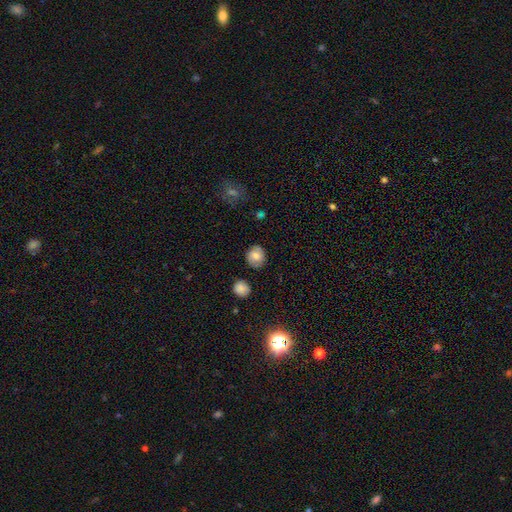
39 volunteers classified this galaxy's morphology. A smooth galaxy with no disk features (77%) that is round (80%). Merging: none (77%).